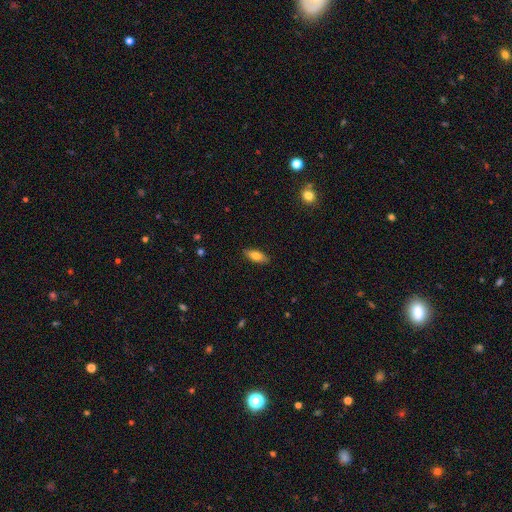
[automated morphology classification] Smooth or featured?
  - smooth: 77% *
  - featured or disk: 17%
  - star or artifact: 7%
How rounded?
  - in between: 75% *
  - cigar-shaped: 22%
  - round: 2%
Merging?
  - none: 88% *
  - minor disturbance: 9%
  - major disturbance: 2%
  - merger: 1%